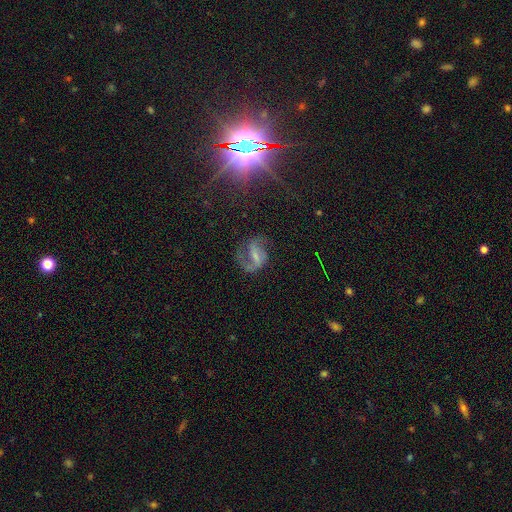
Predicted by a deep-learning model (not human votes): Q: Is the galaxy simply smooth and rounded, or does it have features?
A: featured or disk — 72%.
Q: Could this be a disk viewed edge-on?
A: no — 97%.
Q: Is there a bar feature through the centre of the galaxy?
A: weak — 45%.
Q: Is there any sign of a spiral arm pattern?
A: yes — 87%.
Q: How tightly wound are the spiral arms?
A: loose — 44%.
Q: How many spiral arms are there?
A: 2 — 78%.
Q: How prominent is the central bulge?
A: small — 44%.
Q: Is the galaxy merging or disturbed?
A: none — 53%.